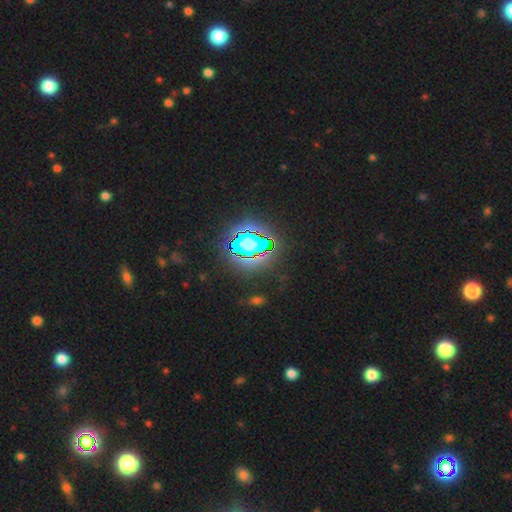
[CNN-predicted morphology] star or artifact 75%, smooth 14%, featured or disk 11%.